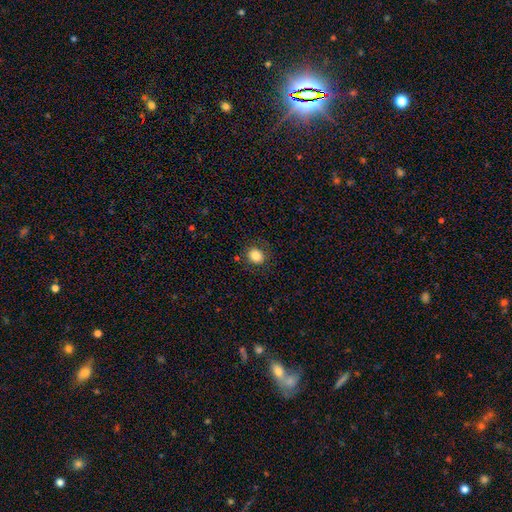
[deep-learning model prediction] Smooth or featured? smooth (83%)
How rounded? round (69%)
Merging? none (85%)